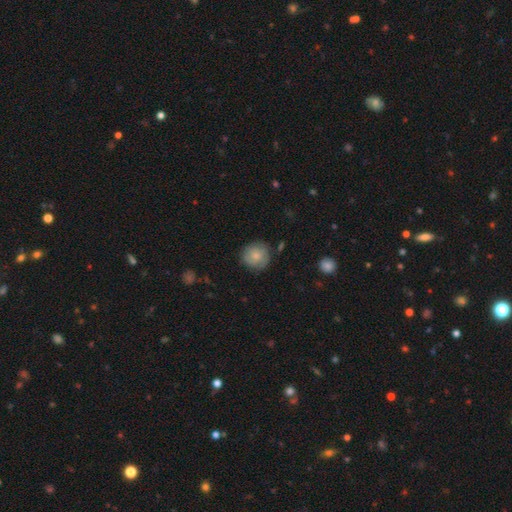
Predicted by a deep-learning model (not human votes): Q: Smooth or featured?
A: smooth (75%); runner-up: featured or disk (18%)
Q: How rounded?
A: round (92%); runner-up: in between (7%)
Q: Merging?
A: none (80%); runner-up: minor disturbance (15%)